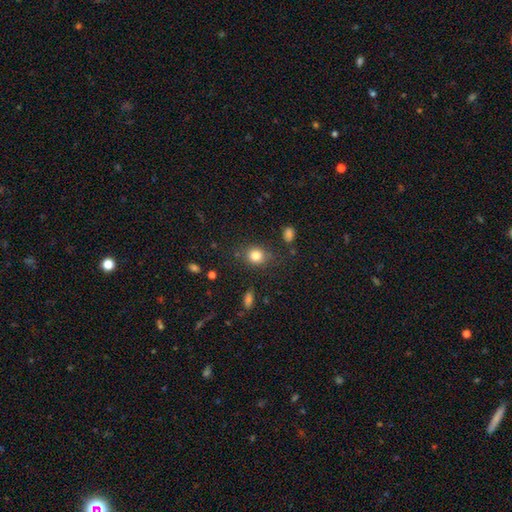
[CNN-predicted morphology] smooth 82%, star or artifact 12%, featured or disk 6%. Down the decision tree: how rounded — round (76%); merging — none (77%).